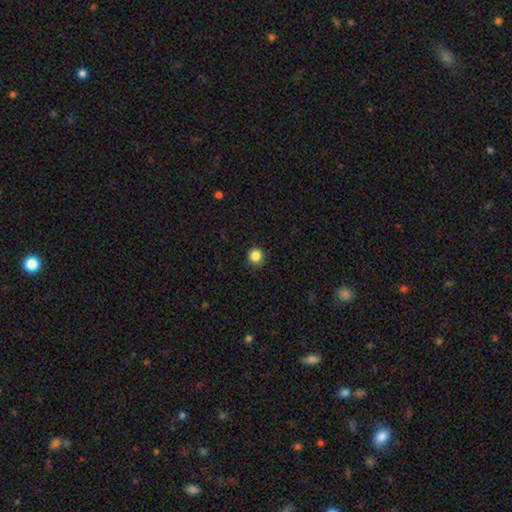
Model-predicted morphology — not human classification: smooth-or-featured: smooth: 85% | star or artifact: 11% | featured or disk: 4%
  how-rounded: round: 93% | in between: 6% | cigar-shaped: 1%
  merging: none: 87% | minor disturbance: 10% | major disturbance: 2% | merger: 1%